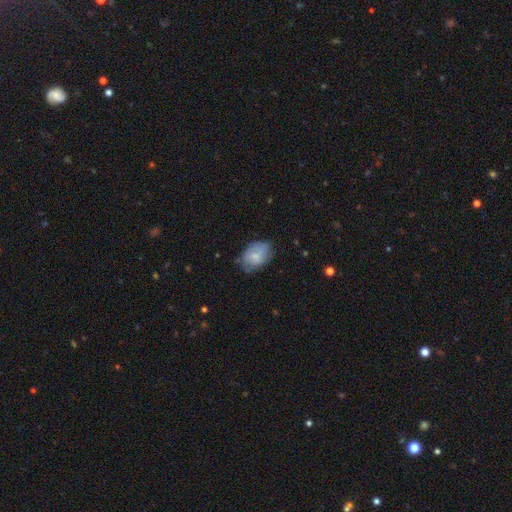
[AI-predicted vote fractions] Q: Smooth or featured?
A: smooth (73%); runner-up: featured or disk (20%)
Q: How rounded?
A: in between (82%); runner-up: round (17%)
Q: Merging?
A: none (60%); runner-up: minor disturbance (30%)